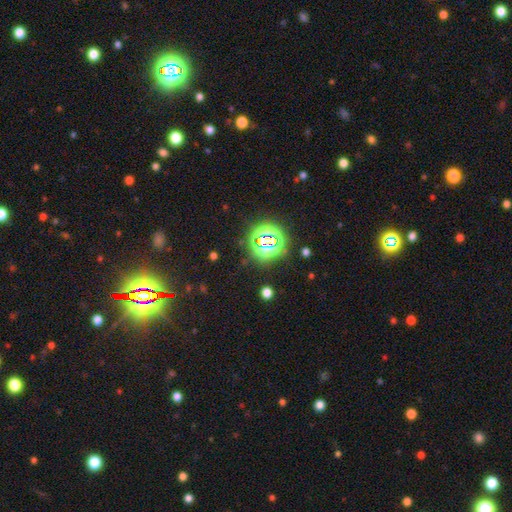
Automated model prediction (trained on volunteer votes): A star or artifact, not a galaxy (83%).

Vote fractions:
- Smooth or featured? star or artifact: 83% / smooth: 10% / featured or disk: 6%